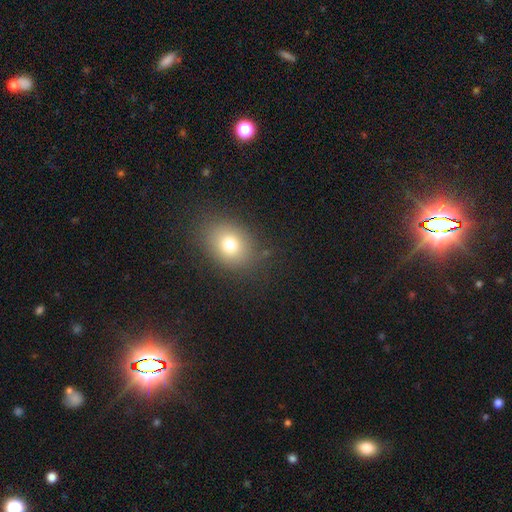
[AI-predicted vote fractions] The model was most divided on "how rounded": in between: 51%, round: 48%, cigar-shaped: 1%. More confident: merging — none (88%); smooth or featured — smooth (61%).